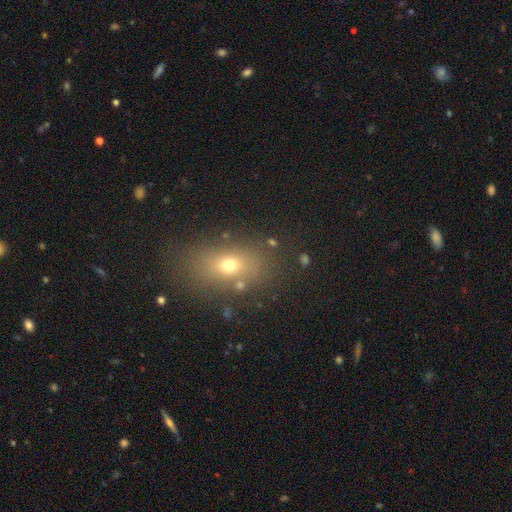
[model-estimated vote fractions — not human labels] A smooth galaxy with no disk features (59%) that is in between round and cigar-shaped (76%). Merging: none (84%).